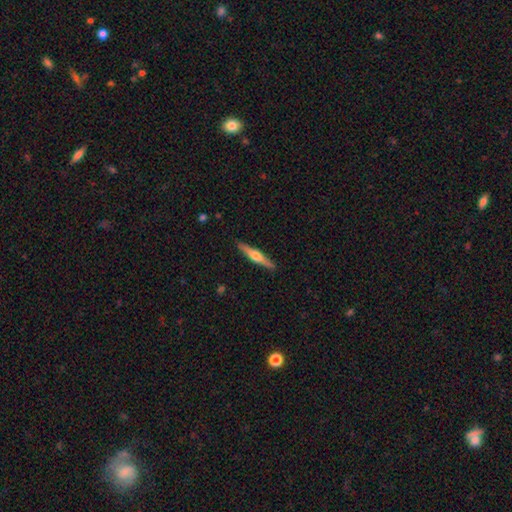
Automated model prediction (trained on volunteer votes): Smooth or featured? Predicted: featured or disk (p=0.61). Edge-on disk? Predicted: yes (p=0.97). Edge-on bulge? Predicted: rounded (p=0.90). Merging? Predicted: none (p=0.91).